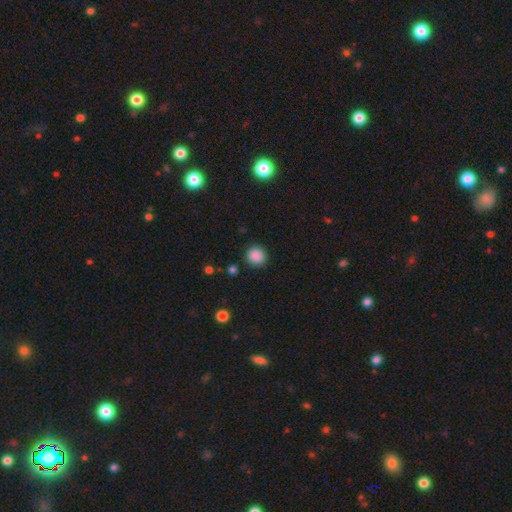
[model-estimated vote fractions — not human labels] A smooth galaxy with no disk features (87%) that is round (90%).

Vote fractions:
- Smooth or featured? smooth: 87% / star or artifact: 10% / featured or disk: 3%
- How rounded? round: 90% / in between: 9% / cigar-shaped: 1%
- Merging? none: 89% / minor disturbance: 7% / major disturbance: 2% / merger: 2%